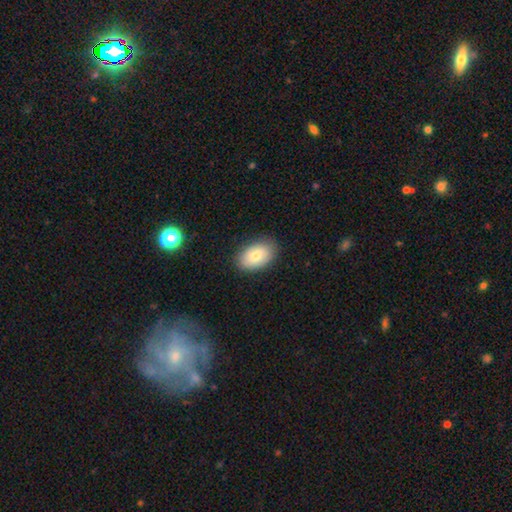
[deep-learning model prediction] smooth-or-featured: smooth: 81% | featured or disk: 13% | star or artifact: 7%
  how-rounded: in between: 91% | round: 8% | cigar-shaped: 1%
  merging: none: 85% | minor disturbance: 11% | major disturbance: 2% | merger: 1%